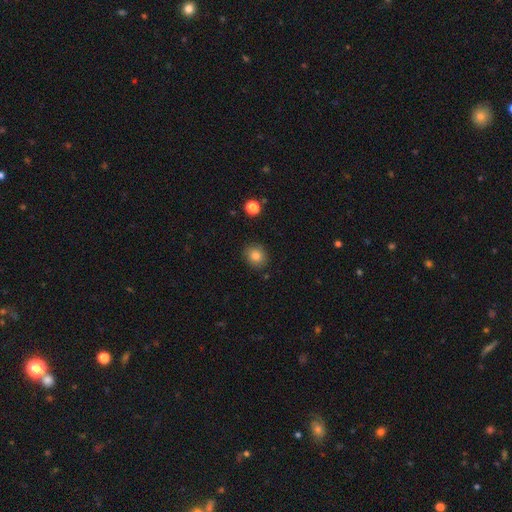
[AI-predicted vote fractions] Smooth or featured: smooth — 83% (star or artifact — 10%)
How rounded: round — 75% (in between — 24%)
Merging: none — 88% (minor disturbance — 9%)